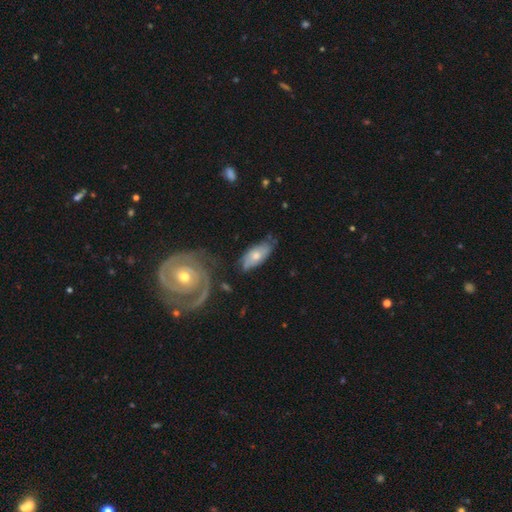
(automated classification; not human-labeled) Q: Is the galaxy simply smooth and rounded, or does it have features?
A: smooth — 48%.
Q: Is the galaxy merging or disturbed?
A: none — 63%.